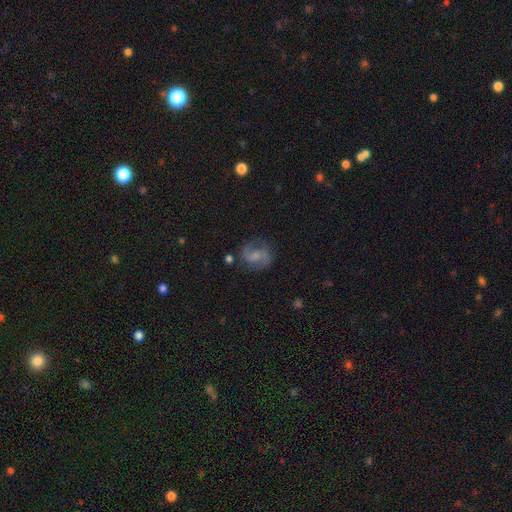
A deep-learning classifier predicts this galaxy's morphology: Overall: featured or disk (74%). Edge-on disk: no (98%). Bar: no (45%; weak 44%). Spiral arms: yes (93%). Spiral arm count: 2 (89%). Spiral winding: medium (52%; loose 31%). Bulge size: small (52%; moderate 27%). Merging: none (74%).